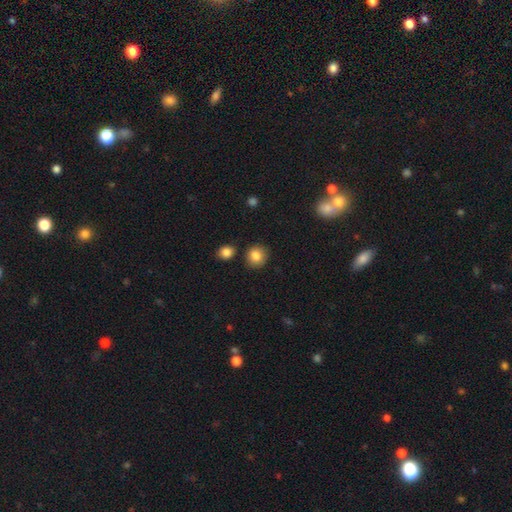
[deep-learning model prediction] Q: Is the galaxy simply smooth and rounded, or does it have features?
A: smooth — 85%.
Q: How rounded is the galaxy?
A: round — 84%.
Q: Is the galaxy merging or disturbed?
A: none — 85%.